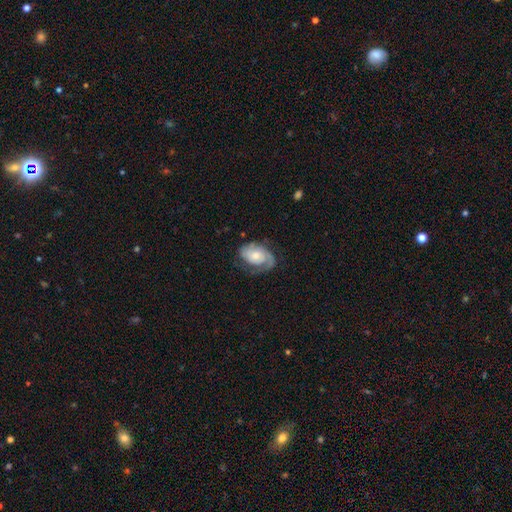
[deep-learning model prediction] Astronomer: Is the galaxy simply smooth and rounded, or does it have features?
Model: featured or disk — 74%.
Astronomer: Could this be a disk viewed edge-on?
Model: no — 97%.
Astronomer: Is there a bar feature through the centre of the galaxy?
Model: no — 72%.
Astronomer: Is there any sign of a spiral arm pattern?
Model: yes — 92%.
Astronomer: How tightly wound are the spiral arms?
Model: tight — 49% (runner-up: medium, 35%).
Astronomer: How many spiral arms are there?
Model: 2 — 46% (runner-up: 1, 35%).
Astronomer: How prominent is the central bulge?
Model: moderate — 50% (runner-up: small, 37%).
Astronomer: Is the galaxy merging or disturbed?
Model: none — 62%.